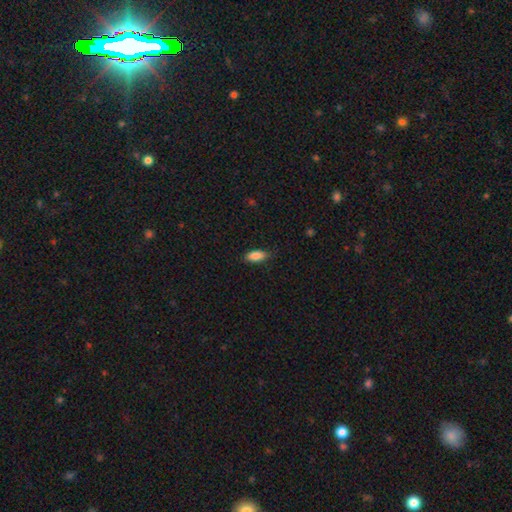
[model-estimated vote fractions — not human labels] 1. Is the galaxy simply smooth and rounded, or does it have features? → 87% smooth, 7% star or artifact, 6% featured or disk.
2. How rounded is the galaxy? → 85% in between, 12% cigar-shaped, 3% round.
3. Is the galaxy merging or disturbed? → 84% none, 13% minor disturbance, 2% major disturbance, 1% merger.